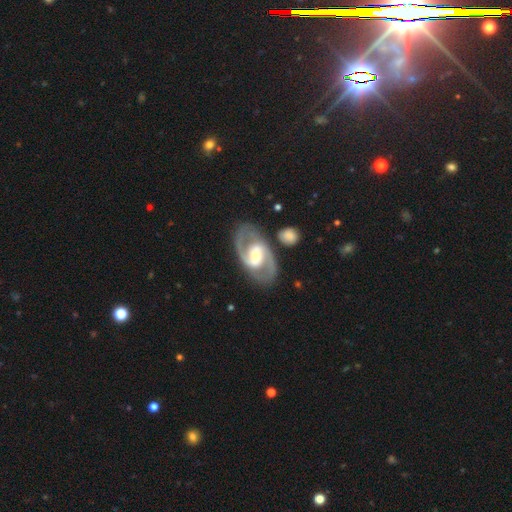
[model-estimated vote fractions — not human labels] Smooth or featured? Predicted: featured or disk (p=0.87). Edge-on disk? Predicted: no (p=0.96). Bar? Predicted: weak (p=0.42). Spiral arms? Predicted: yes (p=0.94). Spiral winding? Predicted: medium (p=0.59). Spiral arm count? Predicted: 2 (p=0.91). Bulge size? Predicted: moderate (p=0.58). Merging? Predicted: none (p=0.80).